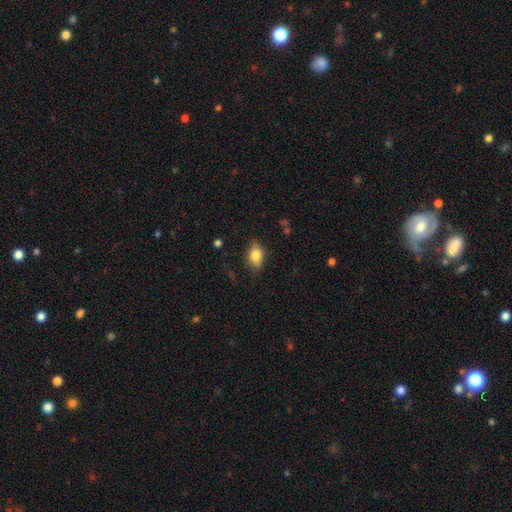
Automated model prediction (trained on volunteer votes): smooth-or-featured: smooth: 81% | featured or disk: 12% | star or artifact: 8%
  how-rounded: in between: 85% | round: 12% | cigar-shaped: 3%
  merging: none: 75% | minor disturbance: 19% | major disturbance: 5% | merger: 1%